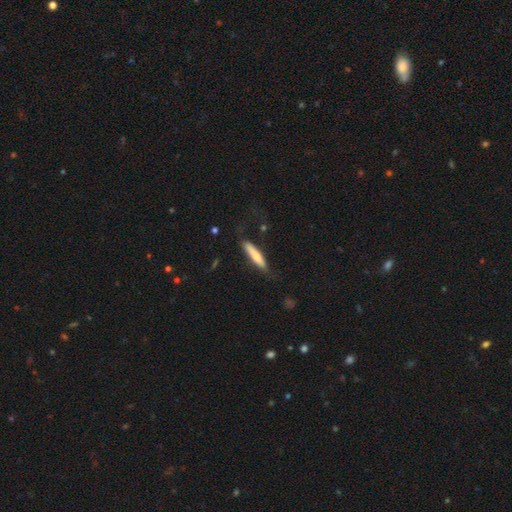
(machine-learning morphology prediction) smooth 65%, featured or disk 30%, star or artifact 5%. Down the decision tree: how rounded — cigar-shaped (87%); merging — none (75%).